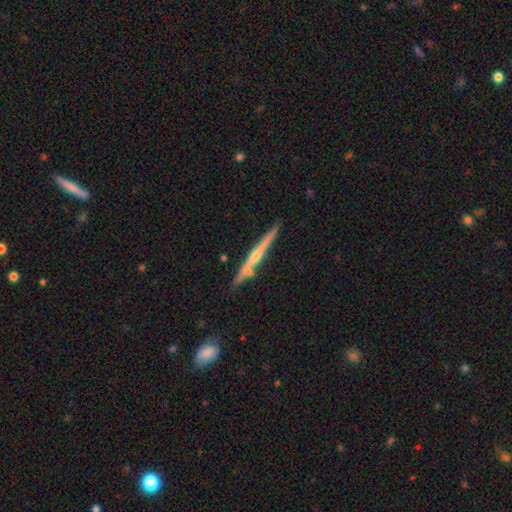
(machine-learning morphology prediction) Smooth or featured?
  - featured or disk: 72% *
  - smooth: 22%
  - star or artifact: 6%
Edge-on disk?
  - yes: 97% *
  - no: 3%
Edge-on bulge?
  - rounded: 72% *
  - none: 23%
  - boxy: 5%
Merging?
  - none: 84% *
  - minor disturbance: 10%
  - merger: 4%
  - major disturbance: 2%